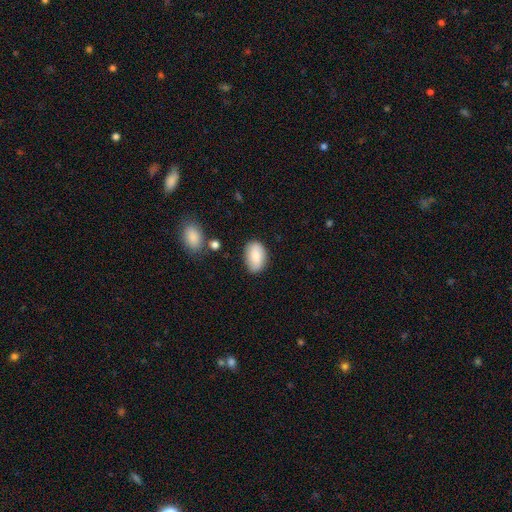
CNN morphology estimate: A smooth galaxy with no disk features (83%) that is in between round and cigar-shaped (91%).

Vote fractions:
- Smooth or featured? smooth: 83% / featured or disk: 10% / star or artifact: 7%
- How rounded? in between: 91% / round: 7% / cigar-shaped: 2%
- Merging? none: 81% / minor disturbance: 14% / major disturbance: 3% / merger: 2%